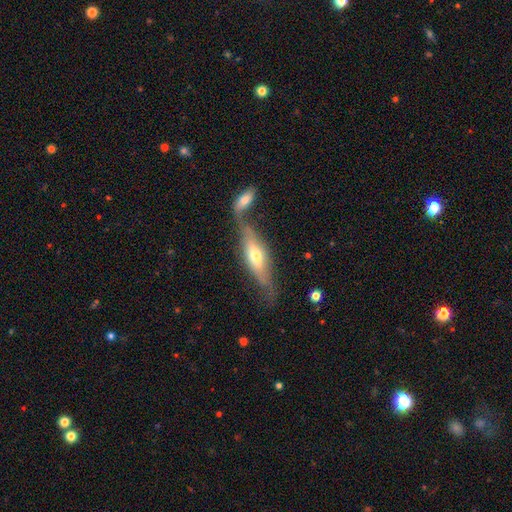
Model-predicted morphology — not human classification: Smooth or featured: featured or disk — 52% (smooth — 42%)
Edge-on disk: yes — 72% (no — 28%)
Merging: none — 40% (merger — 36%)